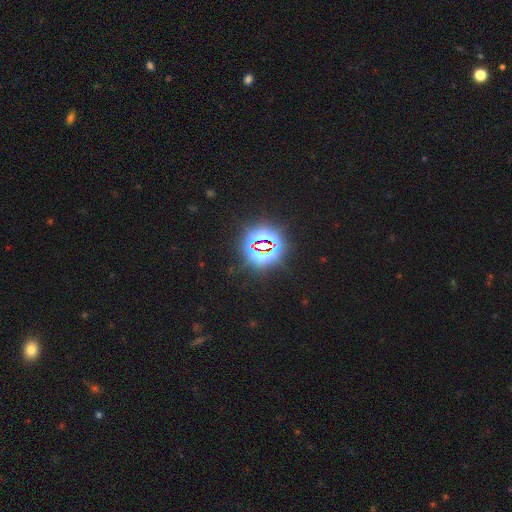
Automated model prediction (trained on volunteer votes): smooth_or_featured: star or artifact (p=0.77) [alt: smooth p=0.14]